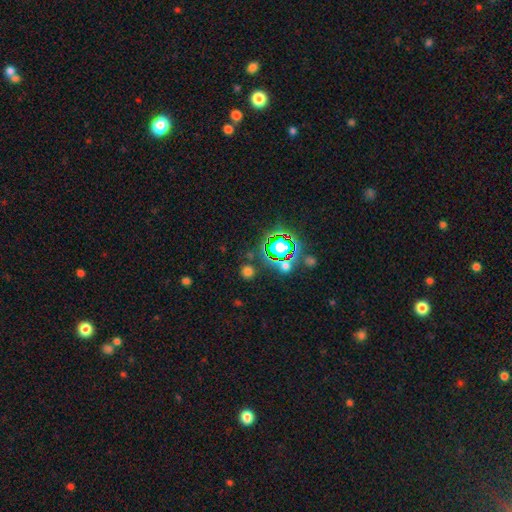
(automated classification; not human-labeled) This is likely a star or artifact rather than a galaxy (68%).